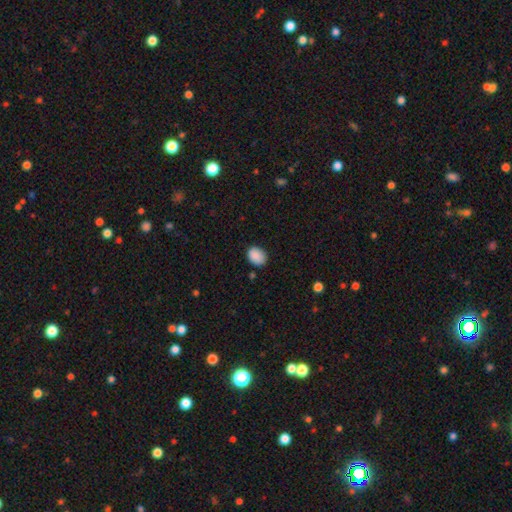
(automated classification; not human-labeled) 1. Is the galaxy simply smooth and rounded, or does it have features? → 89% smooth, 8% star or artifact, 3% featured or disk.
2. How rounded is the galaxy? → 62% in between, 37% round, 1% cigar-shaped.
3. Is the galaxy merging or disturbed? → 80% none, 15% minor disturbance, 3% major disturbance, 2% merger.